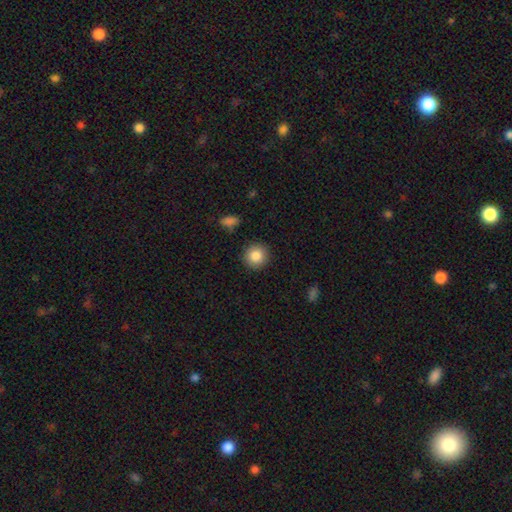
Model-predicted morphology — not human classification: Smooth or featured: smooth — 86% (star or artifact — 8%)
How rounded: round — 92% (in between — 7%)
Merging: none — 90% (minor disturbance — 7%)